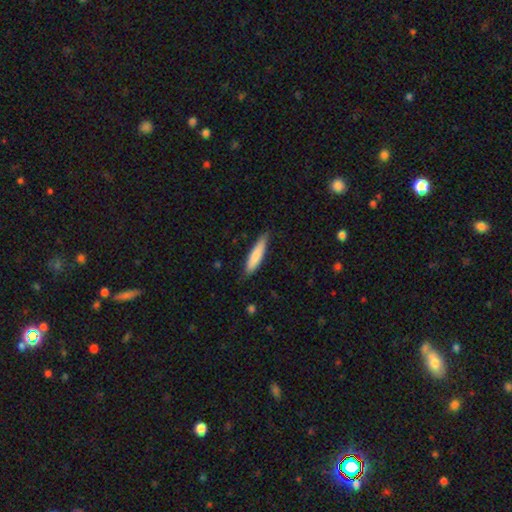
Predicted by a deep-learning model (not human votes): Smooth or featured?
  - smooth: 79% *
  - featured or disk: 16%
  - star or artifact: 5%
How rounded?
  - cigar-shaped: 79% *
  - in between: 20%
  - round: 1%
Merging?
  - none: 81% *
  - minor disturbance: 16%
  - major disturbance: 2%
  - merger: 1%